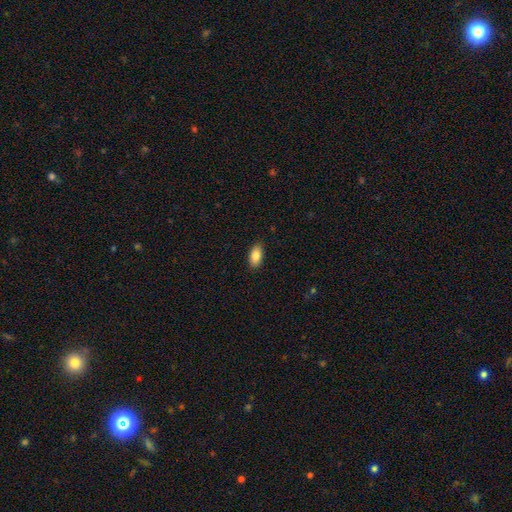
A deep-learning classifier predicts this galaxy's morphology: Overall: smooth (85%). How rounded: in between (92%). Merging: none (88%).